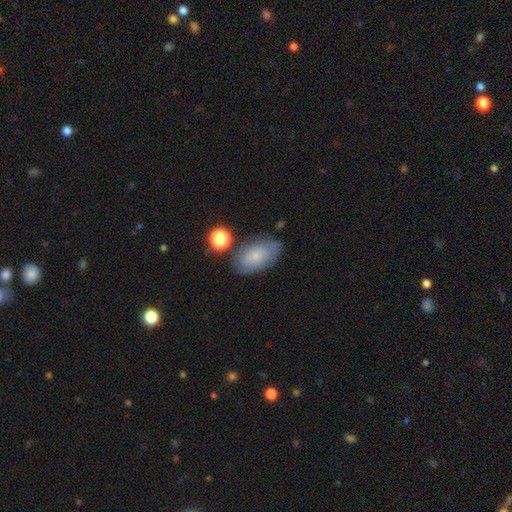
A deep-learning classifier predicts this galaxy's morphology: The model was most divided on "smooth or featured": smooth: 60%, featured or disk: 31%, star or artifact: 9%. More confident: how rounded — in between (91%); merging — none (66%).